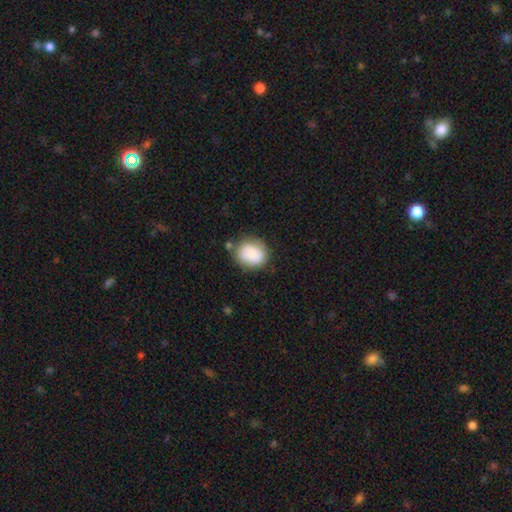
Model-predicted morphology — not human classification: Smooth or featured? smooth (66%)
How rounded? round (71%)
Merging? none (75%)